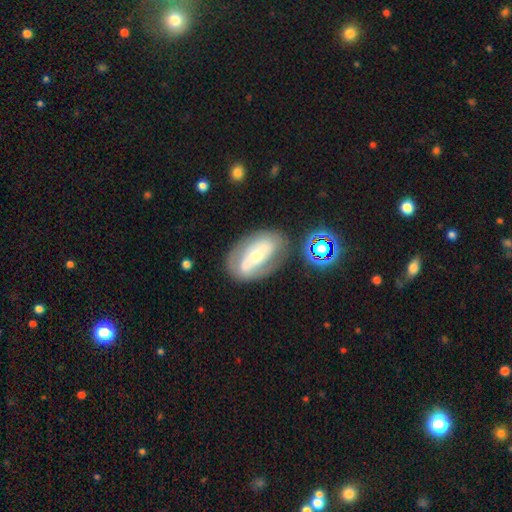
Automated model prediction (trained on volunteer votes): A featured or disk galaxy (66%) with no bar (47%), spiral arms (60%) and a moderate central bulge (48%). Merging: none (70%).